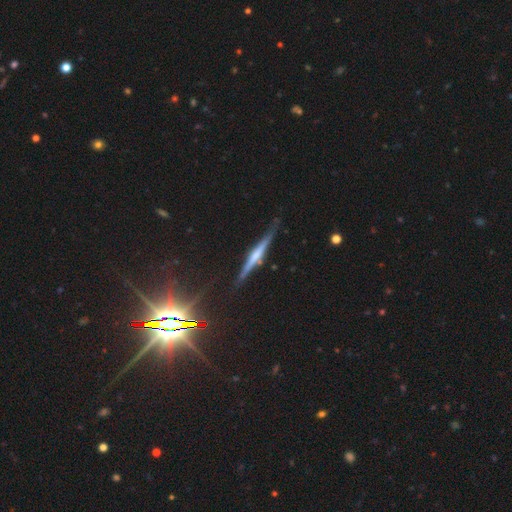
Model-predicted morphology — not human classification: A featured or disk galaxy (66%) viewed edge-on (97%) with a rounded central bulge (50%). Merging: none (82%).